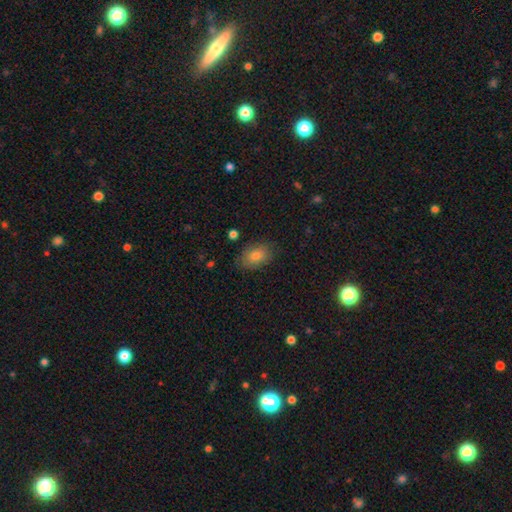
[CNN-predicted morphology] This is likely a smooth galaxy (78%). How rounded: clearly in between (86%). Merging: clearly none (82%).